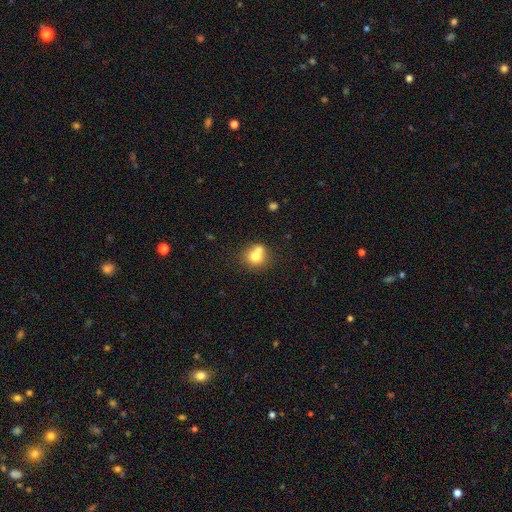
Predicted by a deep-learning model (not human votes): Smooth or featured? Predicted: smooth (p=0.71). How rounded? Predicted: round (p=0.81). Merging? Predicted: none (p=0.44, tied with merger).